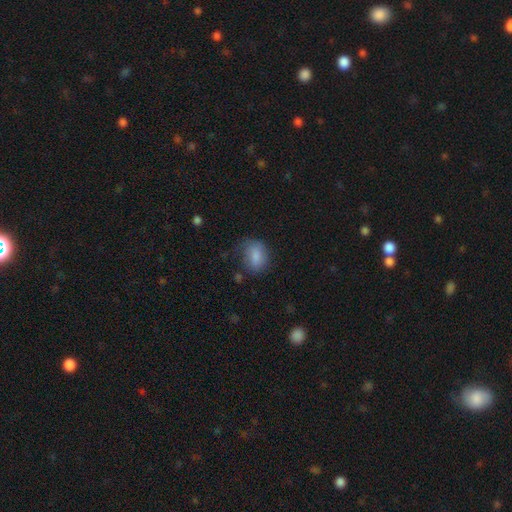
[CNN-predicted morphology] smooth_or_featured: smooth (p=0.81) [alt: featured or disk p=0.11]
how_rounded: in between (p=0.70) [alt: round p=0.28]
merging: none (p=0.58) [alt: minor disturbance p=0.28]